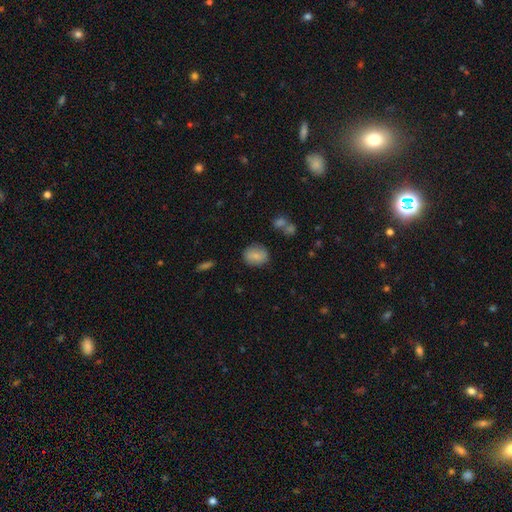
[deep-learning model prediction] smooth_or_featured: smooth (p=0.79) [alt: featured or disk p=0.12]
how_rounded: round (p=0.51) [alt: in between p=0.48]
merging: none (p=0.81) [alt: minor disturbance p=0.13]